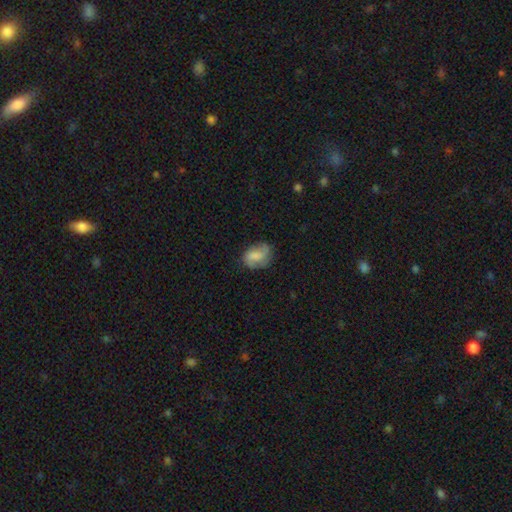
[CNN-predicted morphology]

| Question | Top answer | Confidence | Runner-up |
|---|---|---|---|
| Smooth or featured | smooth | 57% | featured or disk (34%) |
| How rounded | in between | 69% | round (29%) |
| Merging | none | 59% | minor disturbance (27%) |